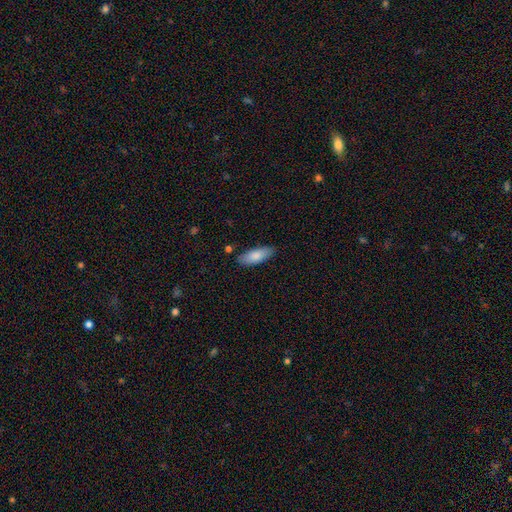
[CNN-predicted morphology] A smooth galaxy with no disk features (83%) that is in between round and cigar-shaped (72%).

Vote fractions:
- Smooth or featured? smooth: 83% / featured or disk: 11% / star or artifact: 6%
- How rounded? in between: 72% / cigar-shaped: 26% / round: 2%
- Merging? none: 84% / minor disturbance: 12% / merger: 2% / major disturbance: 2%